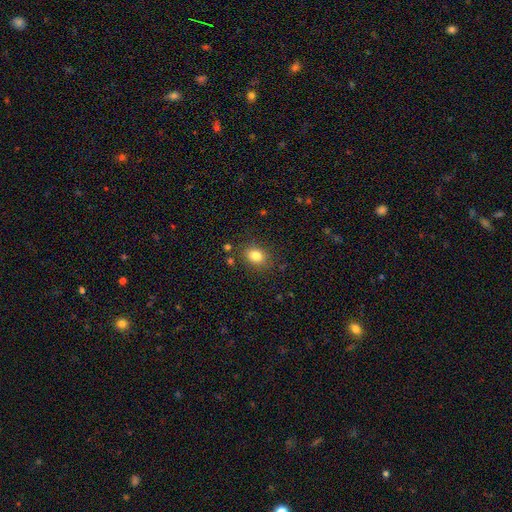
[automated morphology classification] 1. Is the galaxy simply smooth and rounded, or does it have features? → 82% smooth, 11% star or artifact, 7% featured or disk.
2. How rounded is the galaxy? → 62% in between, 37% round, 1% cigar-shaped.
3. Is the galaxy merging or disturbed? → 83% none, 11% minor disturbance, 3% major disturbance, 3% merger.